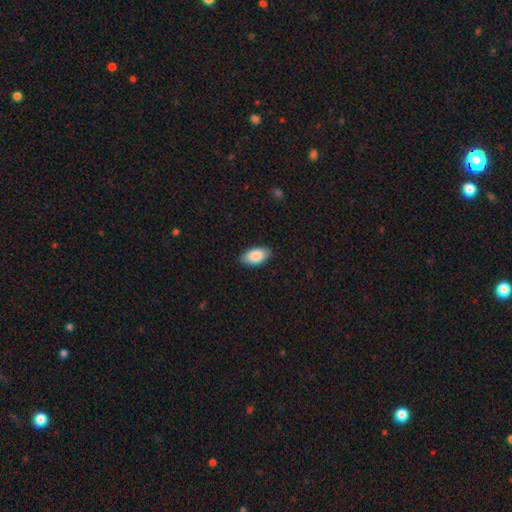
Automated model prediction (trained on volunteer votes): The model was most divided on "merging": none: 87%, minor disturbance: 10%, major disturbance: 2%, merger: 1%. More confident: how rounded — in between (95%); smooth or featured — smooth (88%).